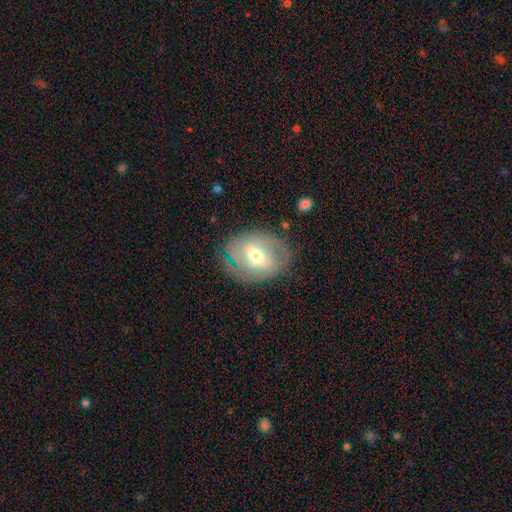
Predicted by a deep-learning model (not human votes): A featured or disk galaxy (58%) with a weak bar (48%), spiral arms (61%) and a moderate central bulge (63%).

Vote fractions:
- Smooth or featured? featured or disk: 58% / smooth: 34% / star or artifact: 8%
- Edge-on disk? no: 93% / yes: 7%
- Bar? weak: 48% / no: 26% / strong: 26%
- Spiral arms? yes: 61% / no: 39%
- Bulge size? moderate: 63% / small: 29% / large: 6% / dominant: 1% / none: 1%
- Merging? none: 74% / minor disturbance: 17% / major disturbance: 8% / merger: 2%